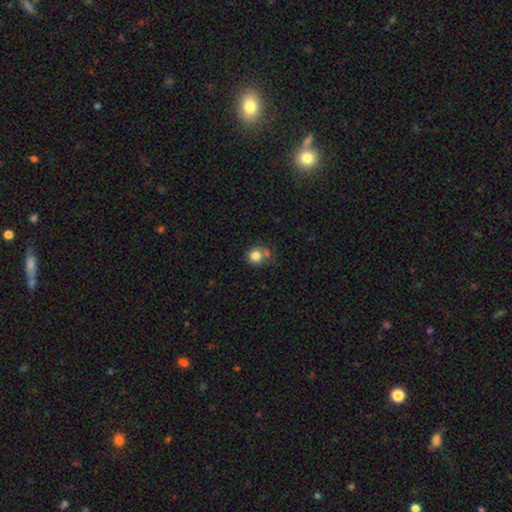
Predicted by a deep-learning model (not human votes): A smooth galaxy with no disk features (82%) that is round (87%). Merging: none (59%).